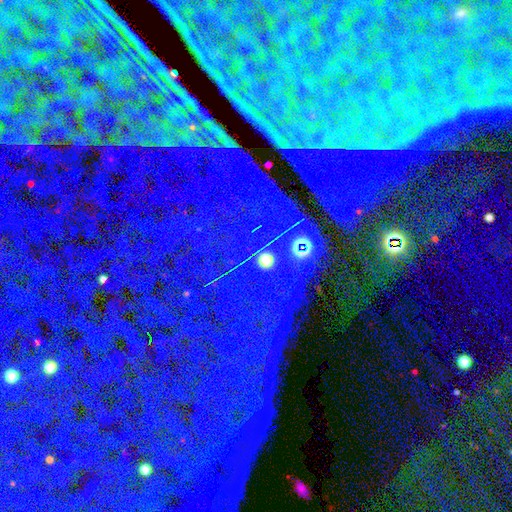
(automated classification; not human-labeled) Q: Smooth or featured?
A: star or artifact (85%); runner-up: smooth (7%)